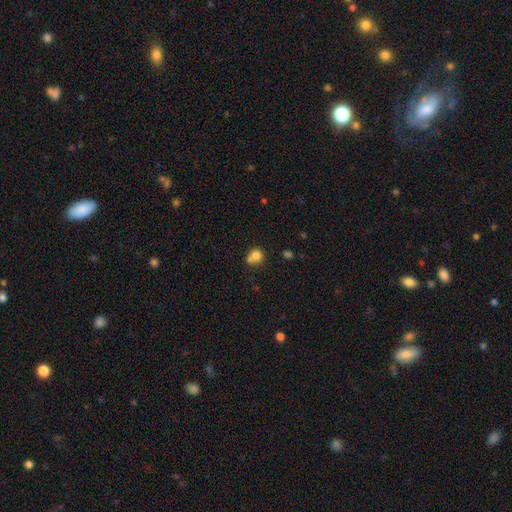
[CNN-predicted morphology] A smooth galaxy with no disk features (77%) that is round (80%).

Vote fractions:
- Smooth or featured? smooth: 77% / featured or disk: 12% / star or artifact: 11%
- How rounded? round: 80% / in between: 19% / cigar-shaped: 1%
- Merging? merger: 42% (tied) / none: 42% (tied) / minor disturbance: 11% / major disturbance: 5%